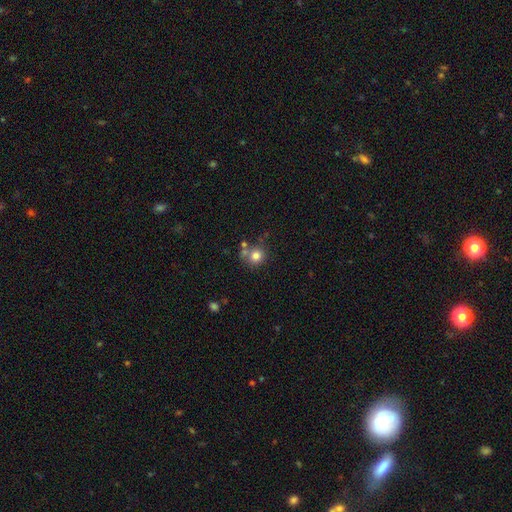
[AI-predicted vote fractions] A smooth galaxy with no disk features (78%) that is round (86%). Merging: none (61%).